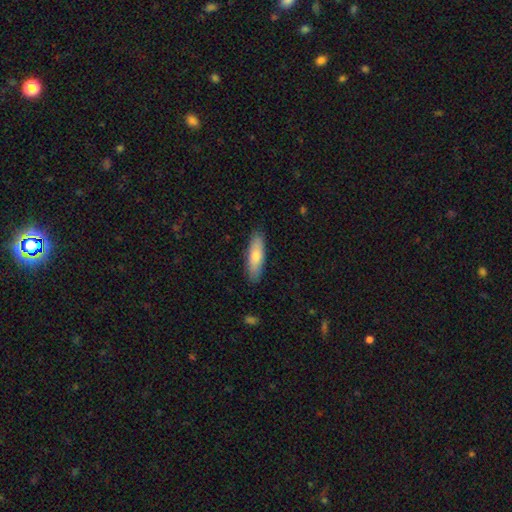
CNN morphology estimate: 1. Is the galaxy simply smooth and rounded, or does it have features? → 74% smooth, 21% featured or disk, 5% star or artifact.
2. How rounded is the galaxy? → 51% cigar-shaped, 47% in between, 2% round.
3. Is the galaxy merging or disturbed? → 87% none, 10% minor disturbance, 2% major disturbance, 1% merger.